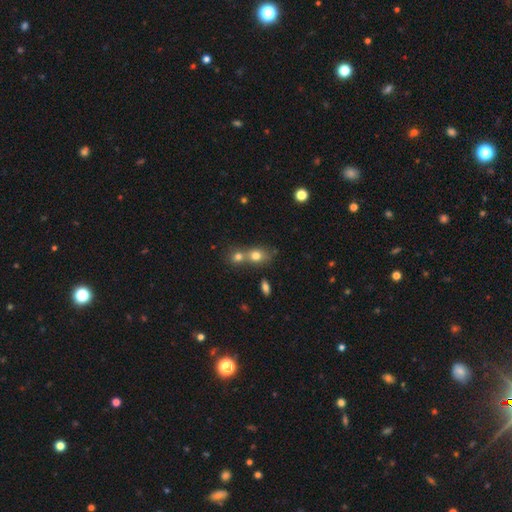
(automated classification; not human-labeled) This appears to be a smooth galaxy with no disk features (74%) that is round (53%). Merging: merger (57%).